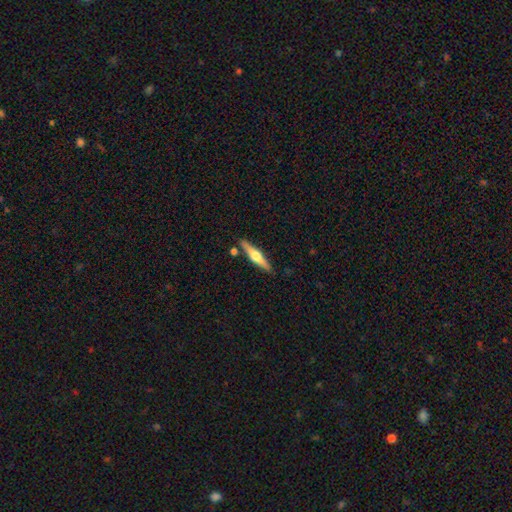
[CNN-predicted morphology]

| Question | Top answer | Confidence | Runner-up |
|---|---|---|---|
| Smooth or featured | featured or disk | 62% | smooth (32%) |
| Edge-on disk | yes | 97% | no (3%) |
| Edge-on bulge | rounded | 93% | boxy (4%) |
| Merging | none | 84% | minor disturbance (9%) |